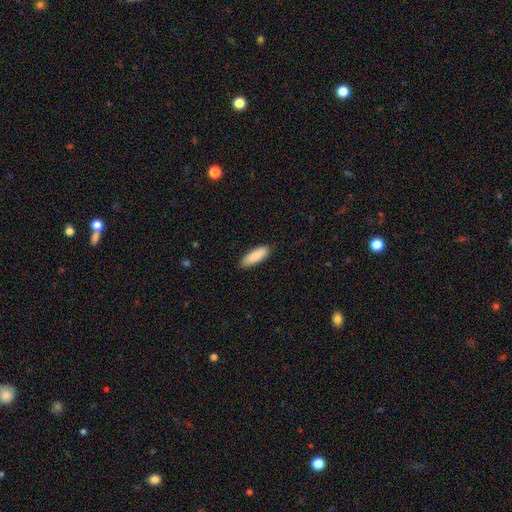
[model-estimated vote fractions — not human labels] This appears to be a smooth galaxy with no disk features (88%) that is in between round and cigar-shaped (61%). Merging: none (88%).